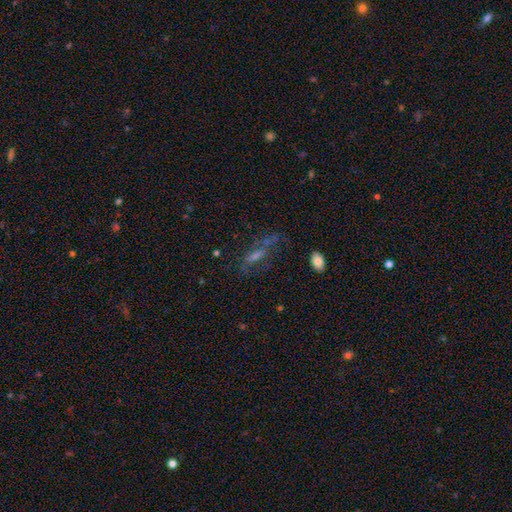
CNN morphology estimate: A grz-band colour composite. It shows a featured or disk galaxy (41%). Merging: none (56%).